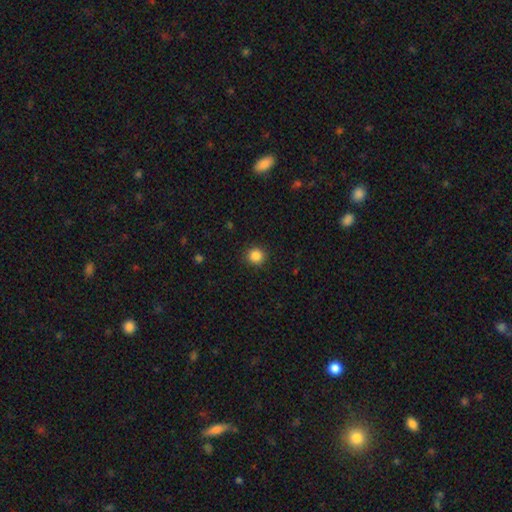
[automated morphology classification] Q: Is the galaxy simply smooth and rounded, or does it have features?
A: smooth — 86%.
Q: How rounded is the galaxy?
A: round — 93%.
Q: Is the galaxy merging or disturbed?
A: none — 91%.